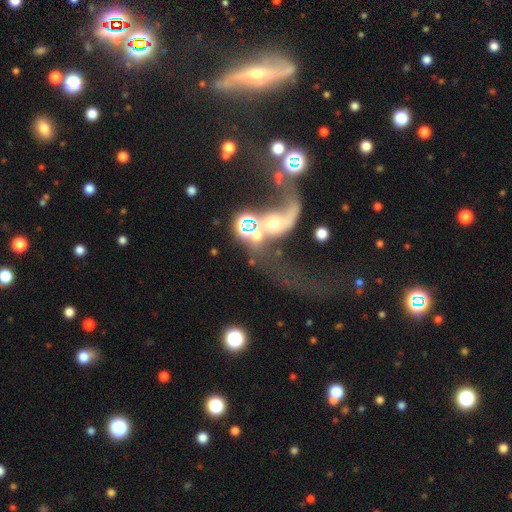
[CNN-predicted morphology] smooth_or_featured: featured or disk (p=0.67) [alt: smooth p=0.18]
disk_edge_on: no (p=0.95) [alt: yes p=0.05]
bar: no (p=0.66) [alt: weak p=0.24]
has_spiral_arms: yes (p=0.71) [alt: no p=0.29]
bulge_size: moderate (p=0.38) [tied with: small p=0.38]
merging: merger (p=0.50) [alt: major disturbance p=0.27]